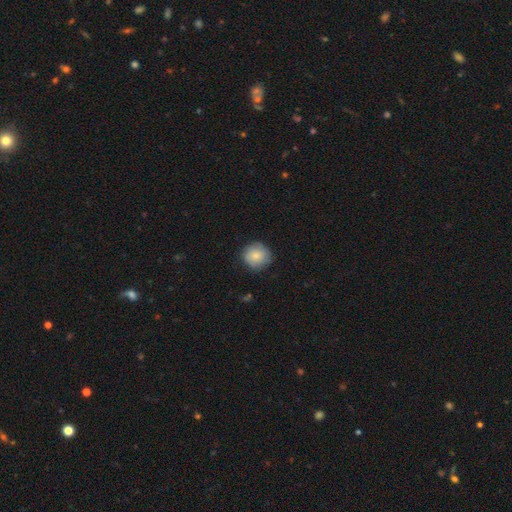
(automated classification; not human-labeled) smooth_or_featured: smooth (p=0.81) [alt: featured or disk p=0.12]
how_rounded: round (p=0.92) [alt: in between p=0.07]
merging: none (p=0.83) [alt: minor disturbance p=0.14]